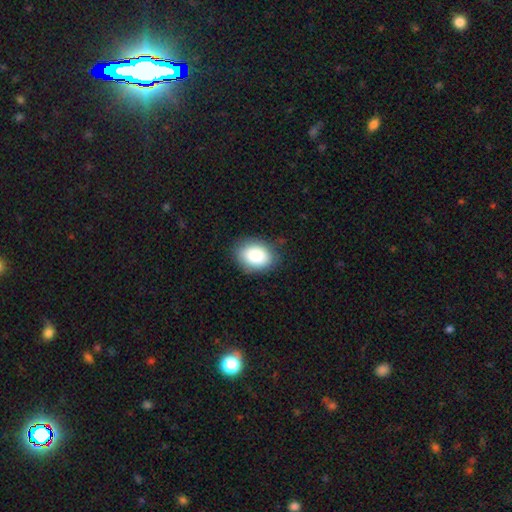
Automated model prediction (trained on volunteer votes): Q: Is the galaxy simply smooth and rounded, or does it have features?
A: smooth — 87%.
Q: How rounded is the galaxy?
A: in between — 69%.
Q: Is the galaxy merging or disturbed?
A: none — 83%.